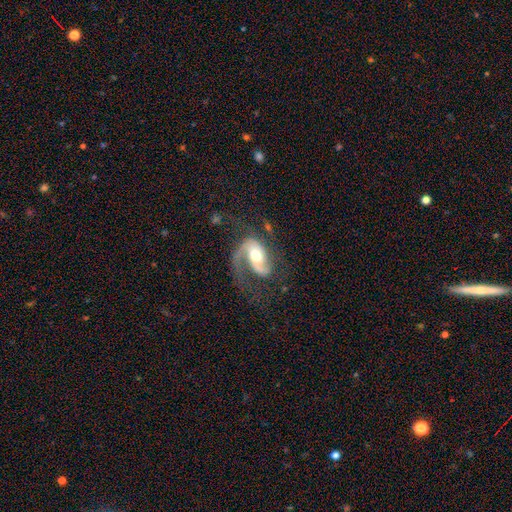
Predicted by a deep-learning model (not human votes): Smooth or featured?
  - featured or disk: 85% *
  - smooth: 10%
  - star or artifact: 5%
Edge-on disk?
  - no: 97% *
  - yes: 3%
Bar?
  - no: 46% *
  - weak: 35%
  - strong: 19%
Spiral arms?
  - yes: 96% *
  - no: 4%
Spiral winding?
  - medium: 45% *
  - loose: 39%
  - tight: 16%
Spiral arm count?
  - 2: 60% *
  - 1: 32%
  - can't tell: 4%
  - 3: 2%
  - 4: 1%
  - more than 4: 1%
Bulge size?
  - moderate: 67% *
  - large: 17%
  - small: 13%
  - dominant: 2%
  - none: 1%
Merging?
  - none: 46% *
  - major disturbance: 31%
  - minor disturbance: 20%
  - merger: 3%